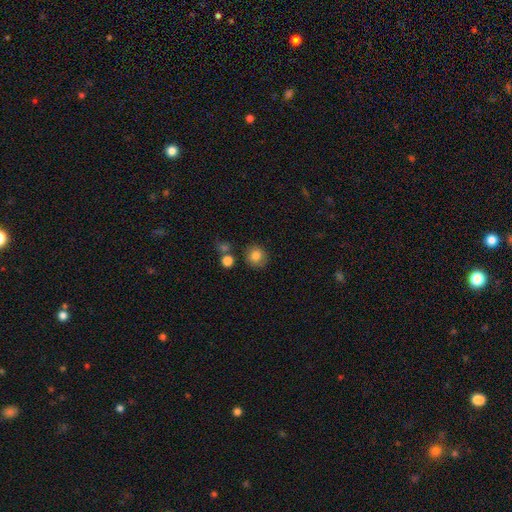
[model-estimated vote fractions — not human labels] smooth-or-featured: smooth: 83% | star or artifact: 10% | featured or disk: 7%
  how-rounded: round: 88% | in between: 11% | cigar-shaped: 1%
  merging: none: 82% | minor disturbance: 10% | merger: 5% | major disturbance: 3%